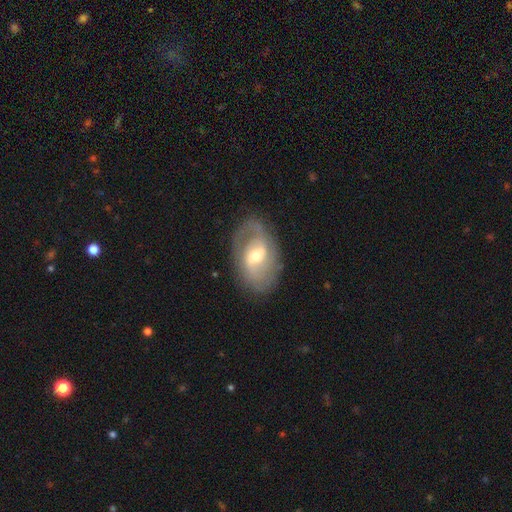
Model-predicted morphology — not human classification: This is likely a featured or disk galaxy (76%). It is clearly not viewed edge-on (95%). Bar: possibly weak (52%). Spiral arm pattern: clearly yes (85%). Spiral arm count: likely 2 (72%). Spiral winding: marginally medium (44%). Central bulge: likely moderate (65%). Merging: likely none (75%).